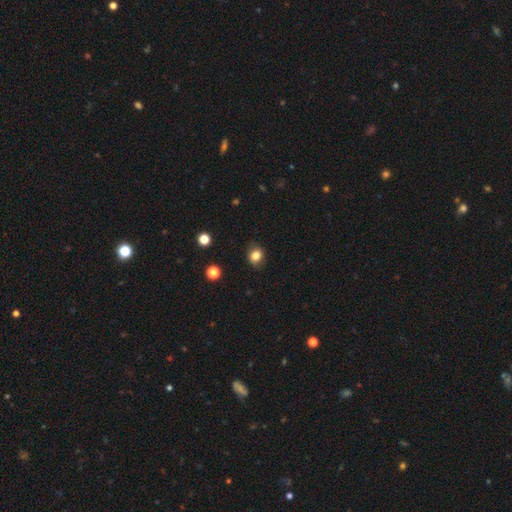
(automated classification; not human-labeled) The model was most divided on "how rounded": round: 66%, in between: 33%, cigar-shaped: 1%. More confident: merging — none (83%); smooth or featured — smooth (82%).